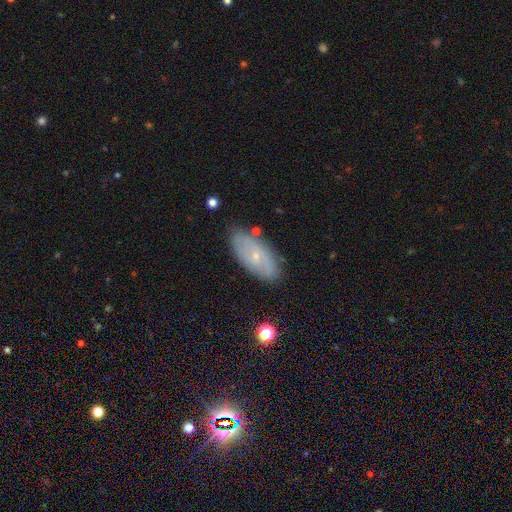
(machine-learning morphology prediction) The model was most divided on "smooth or featured": featured or disk: 49%, smooth: 44%, star or artifact: 8%. More confident: merging — none (79%).